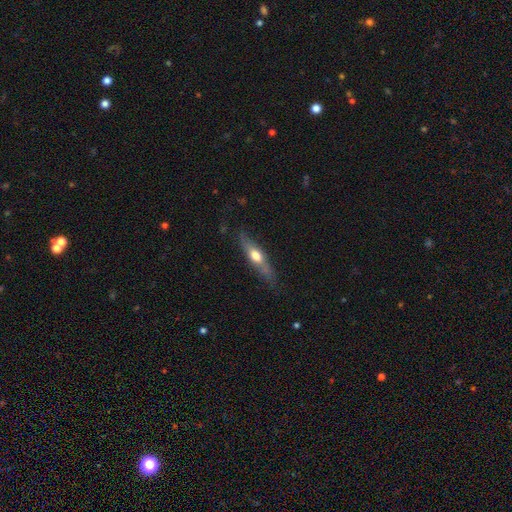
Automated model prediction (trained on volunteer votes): Overall: featured or disk (49%; smooth 45%). Merging: none (75%).